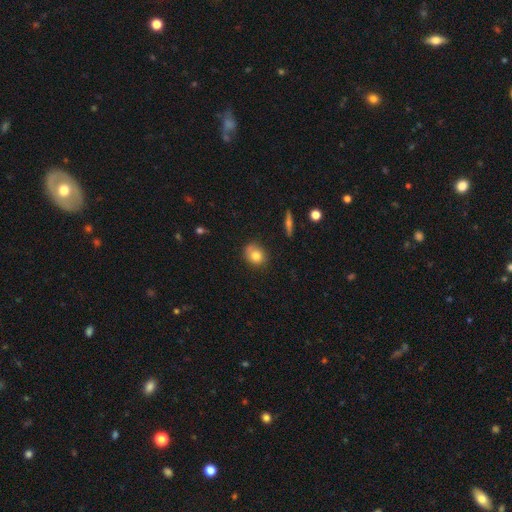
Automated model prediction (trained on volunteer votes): The model was most divided on "how rounded": round: 57%, in between: 42%, cigar-shaped: 2%. More confident: smooth or featured — smooth (78%); merging — none (66%).